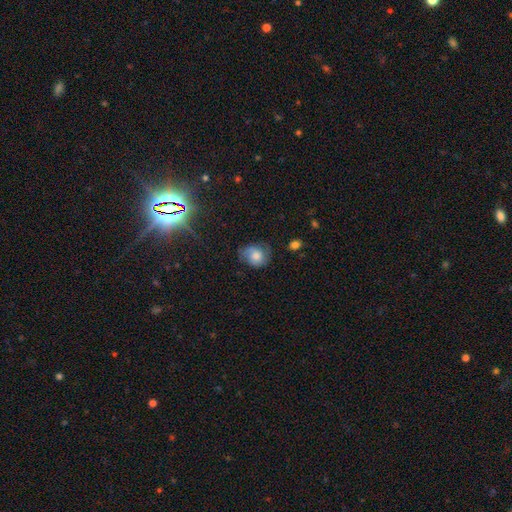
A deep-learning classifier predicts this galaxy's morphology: Overall: smooth (61%; featured or disk 28%). How rounded: round (59%; in between 40%). Merging: none (54%; minor disturbance 32%).